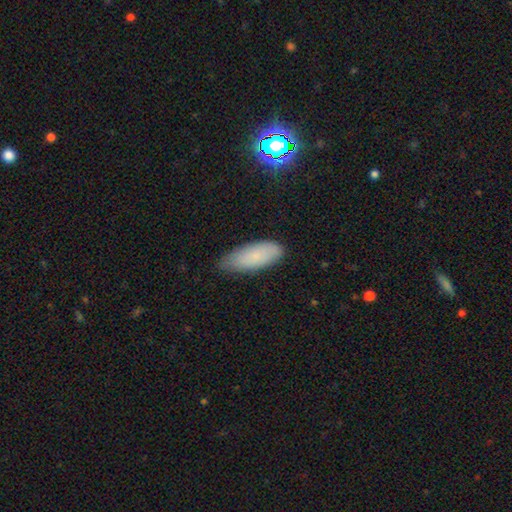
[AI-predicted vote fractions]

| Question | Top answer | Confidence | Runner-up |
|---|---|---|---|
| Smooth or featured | smooth | 80% | featured or disk (11%) |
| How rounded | in between | 74% | cigar-shaped (24%) |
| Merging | none | 72% | minor disturbance (23%) |